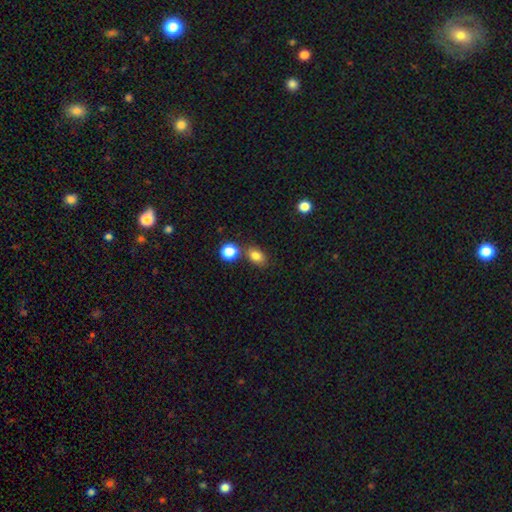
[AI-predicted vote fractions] smooth-or-featured: smooth: 82% | star or artifact: 12% | featured or disk: 6%
  how-rounded: in between: 76% | round: 23% | cigar-shaped: 2%
  merging: none: 70% | merger: 14% | minor disturbance: 12% | major disturbance: 4%